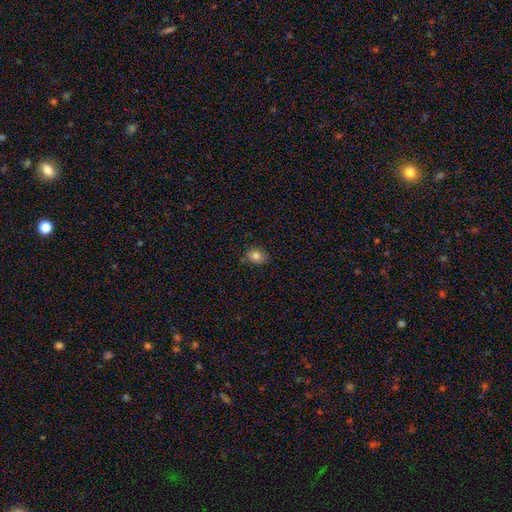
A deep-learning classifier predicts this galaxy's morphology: Smooth or featured: smooth — 82% (star or artifact — 11%)
How rounded: round — 54% (in between — 45%)
Merging: none — 79% (minor disturbance — 17%)